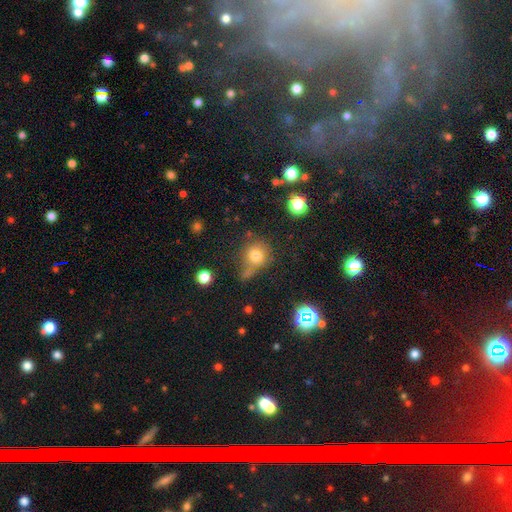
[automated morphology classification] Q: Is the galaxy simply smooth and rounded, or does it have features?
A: smooth — 77%.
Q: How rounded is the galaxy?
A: round — 85%.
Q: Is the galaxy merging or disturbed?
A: none — 58%.